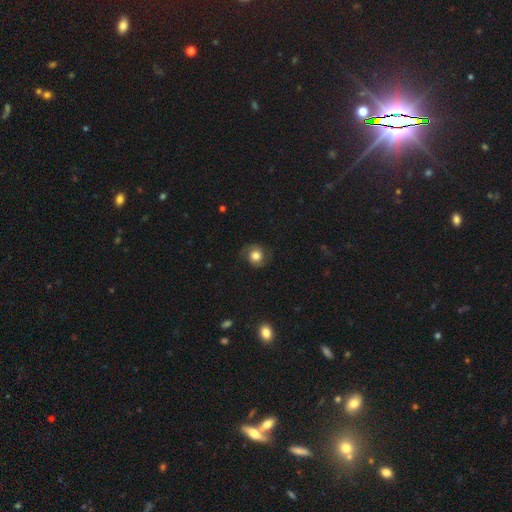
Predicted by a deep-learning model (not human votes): smooth_or_featured: smooth (p=0.63) [alt: featured or disk p=0.26]
how_rounded: round (p=0.84) [alt: in between p=0.15]
merging: none (p=0.74) [alt: minor disturbance p=0.17]